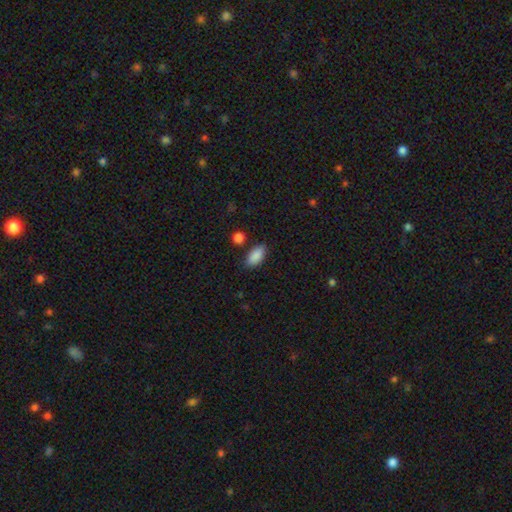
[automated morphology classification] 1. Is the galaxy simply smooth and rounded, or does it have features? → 89% smooth, 7% star or artifact, 4% featured or disk.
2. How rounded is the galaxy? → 91% in between, 6% cigar-shaped, 3% round.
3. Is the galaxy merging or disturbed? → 81% none, 12% minor disturbance, 4% merger, 3% major disturbance.